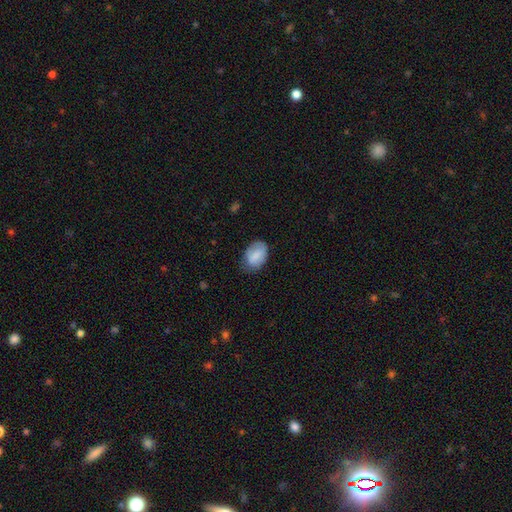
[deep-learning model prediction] Smooth or featured? smooth (77%)
How rounded? in between (86%)
Merging? none (65%)